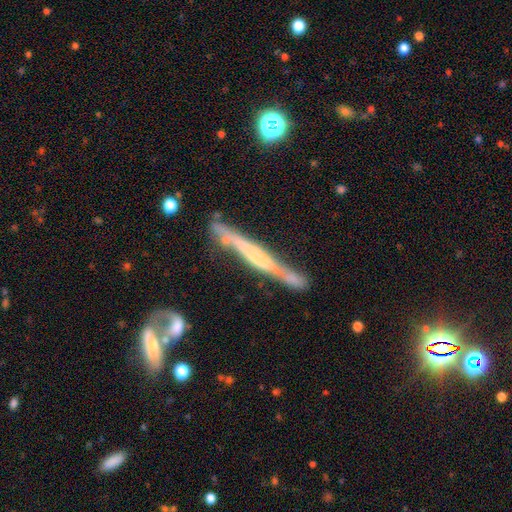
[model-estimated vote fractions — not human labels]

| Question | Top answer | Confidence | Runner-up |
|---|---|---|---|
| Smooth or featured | featured or disk | 68% | smooth (25%) |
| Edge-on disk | yes | 88% | no (12%) |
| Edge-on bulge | none | 50% | boxy (29%) |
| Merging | none | 60% | minor disturbance (22%) |